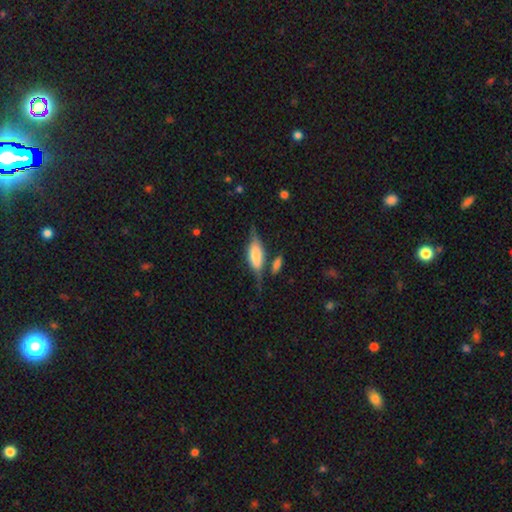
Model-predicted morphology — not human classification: smooth_or_featured: featured or disk (p=0.47) [tied with: smooth p=0.47]
merging: none (p=0.55) [alt: minor disturbance p=0.24]